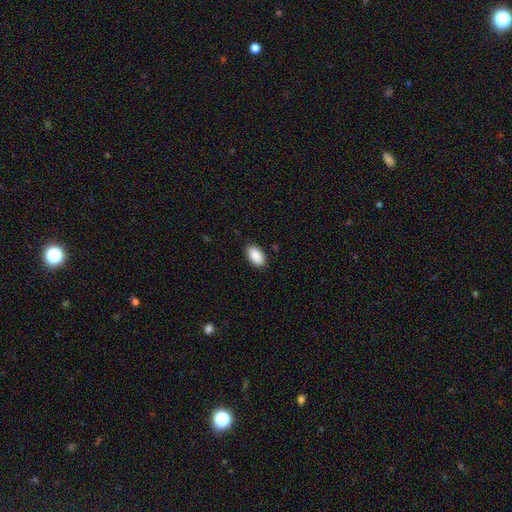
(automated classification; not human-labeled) smooth 91%, star or artifact 6%, featured or disk 3%. Down the decision tree: how rounded — in between (95%); merging — none (87%).